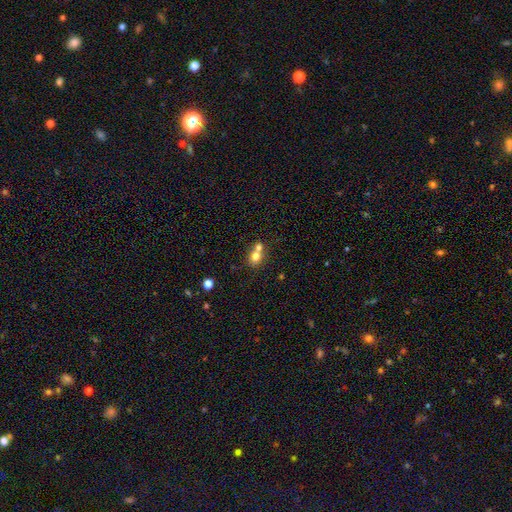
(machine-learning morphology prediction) This is likely a smooth galaxy (74%). How rounded: likely round (66%). Merging: possibly merger (57%).